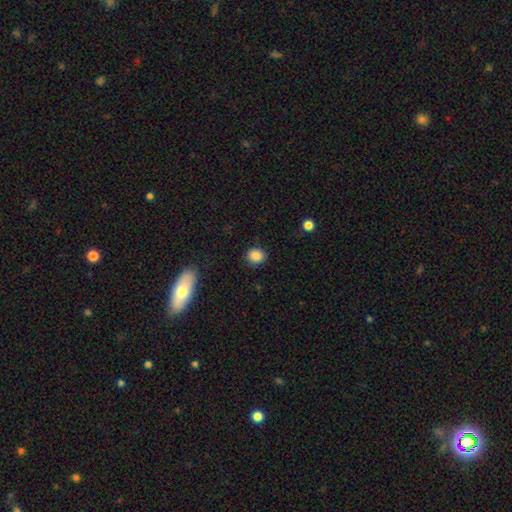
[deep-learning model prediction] This is clearly a smooth galaxy (87%). How rounded: likely round (78%). Merging: clearly none (87%).